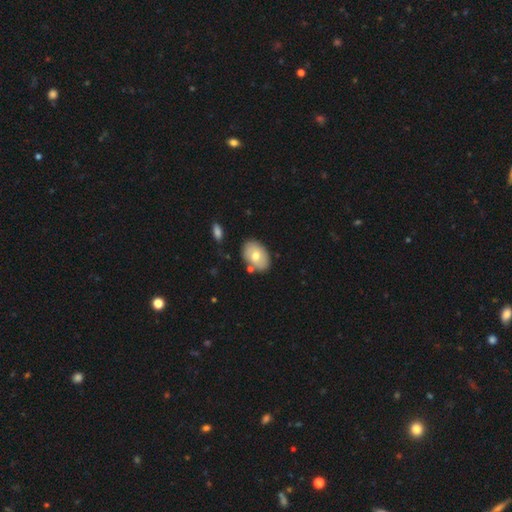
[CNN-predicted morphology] Overall: smooth (67%). How rounded: in between (85%). Merging: none (74%).